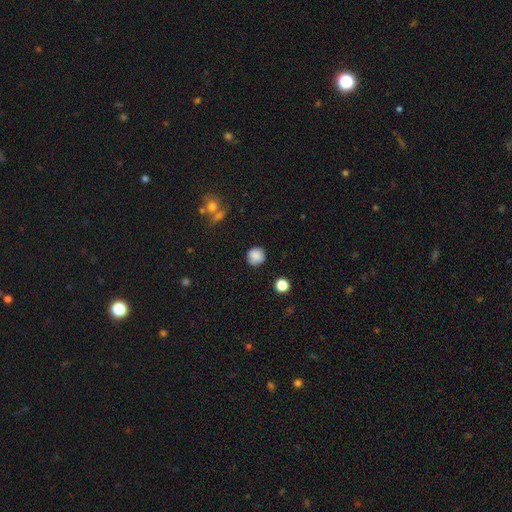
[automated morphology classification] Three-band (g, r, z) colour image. It shows a smooth galaxy with no disk features (85%) that is round (91%). Merging: none (84%).